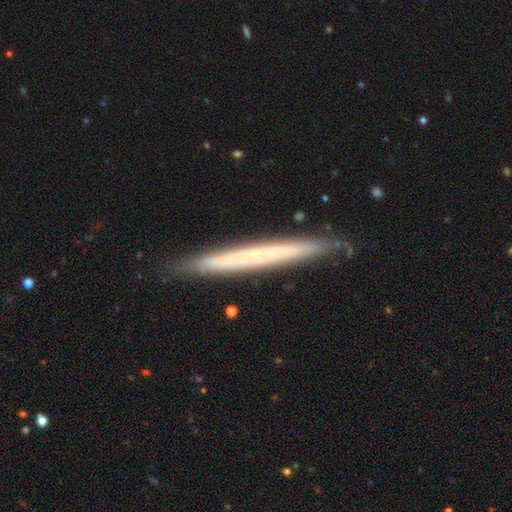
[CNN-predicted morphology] This appears to be a featured or disk galaxy (55%) viewed edge-on (93%) with no central bulge (89%). Merging: none (86%).